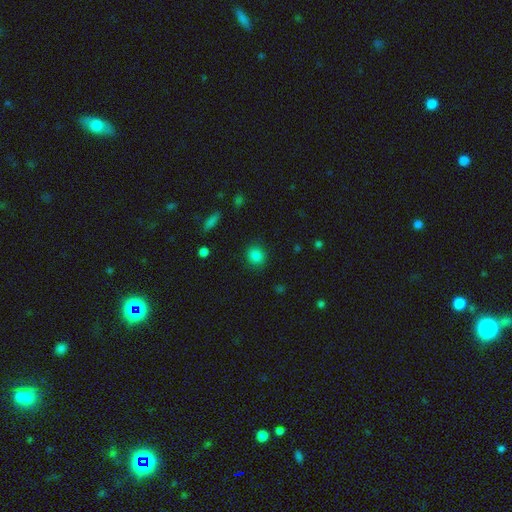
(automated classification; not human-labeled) Smooth or featured? Predicted: smooth (p=0.85). How rounded? Predicted: round (p=0.80). Merging? Predicted: none (p=0.87).